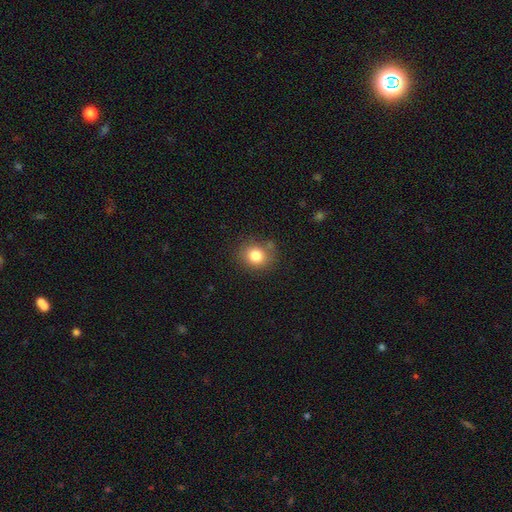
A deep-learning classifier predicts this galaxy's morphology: Smooth or featured? smooth (82%)
How rounded? round (77%)
Merging? none (77%)